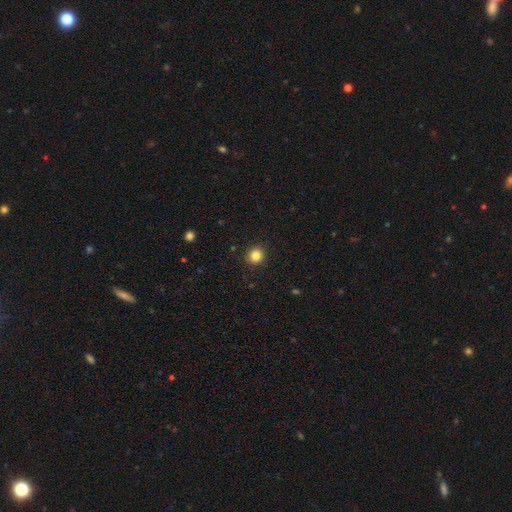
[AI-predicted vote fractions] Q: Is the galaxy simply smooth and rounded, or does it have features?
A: smooth — 84%.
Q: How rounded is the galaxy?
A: round — 92%.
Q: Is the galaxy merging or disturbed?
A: none — 92%.